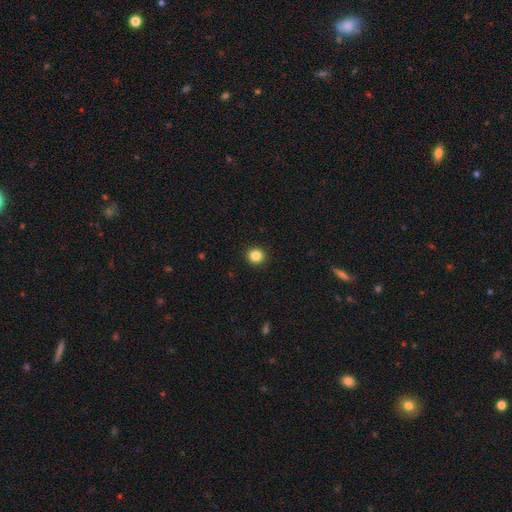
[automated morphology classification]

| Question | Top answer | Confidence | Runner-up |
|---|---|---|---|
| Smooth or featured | smooth | 85% | star or artifact (11%) |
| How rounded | round | 90% | in between (9%) |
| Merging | none | 93% | minor disturbance (5%) |